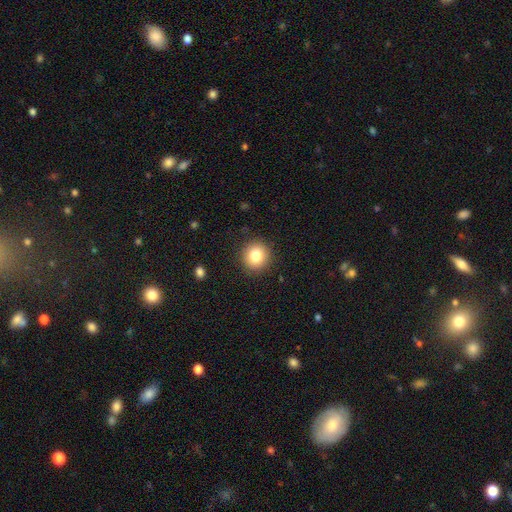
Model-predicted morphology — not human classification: smooth 82%, star or artifact 11%, featured or disk 8%. Down the decision tree: how rounded — round (89%); merging — none (90%).